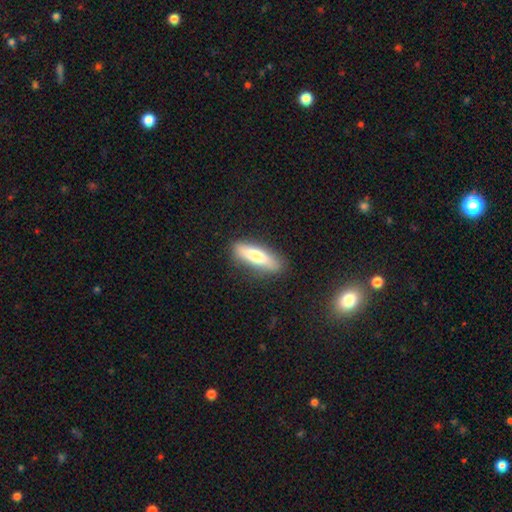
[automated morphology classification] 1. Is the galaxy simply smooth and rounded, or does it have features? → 73% smooth, 21% featured or disk, 6% star or artifact.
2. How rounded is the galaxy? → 65% cigar-shaped, 33% in between, 2% round.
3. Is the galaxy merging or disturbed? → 85% none, 11% minor disturbance, 3% major disturbance, 1% merger.